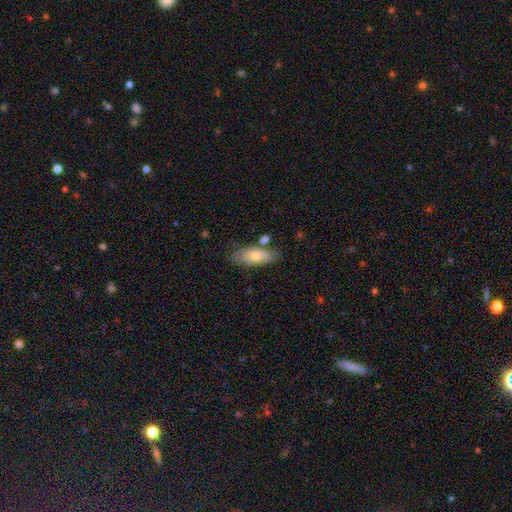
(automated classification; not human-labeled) Smooth or featured?
  - smooth: 65% *
  - featured or disk: 29%
  - star or artifact: 7%
How rounded?
  - in between: 78% *
  - cigar-shaped: 18%
  - round: 3%
Merging?
  - none: 72% *
  - minor disturbance: 16%
  - merger: 9%
  - major disturbance: 3%